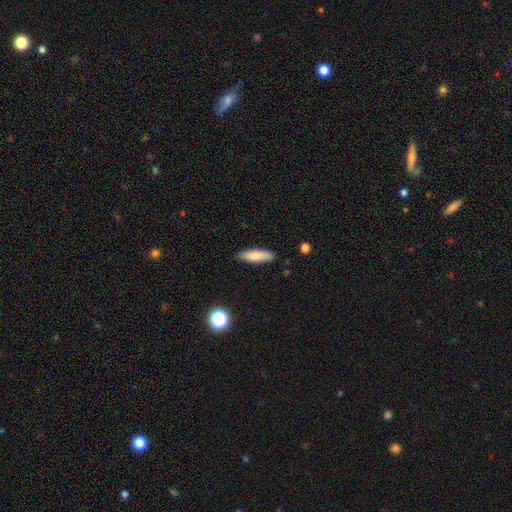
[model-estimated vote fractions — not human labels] Smooth or featured? smooth (83%)
How rounded? cigar-shaped (53%)
Merging? none (84%)